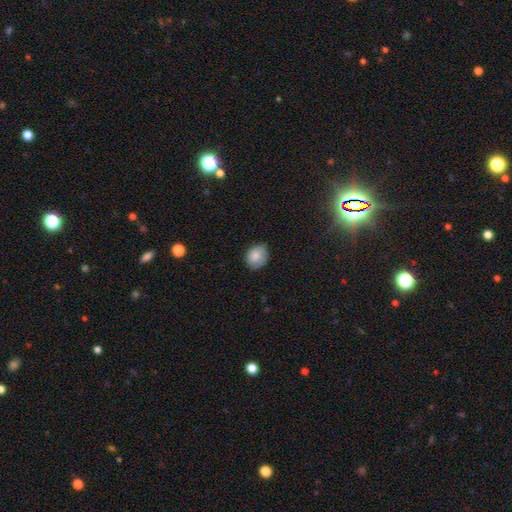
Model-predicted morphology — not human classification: Overall: smooth (83%). How rounded: round (56%; in between 43%). Merging: none (76%).